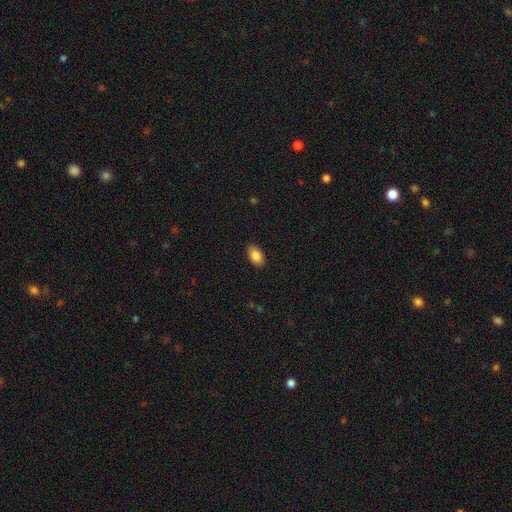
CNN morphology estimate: Smooth or featured? Predicted: smooth (p=0.86). How rounded? Predicted: in between (p=0.92). Merging? Predicted: none (p=0.88).